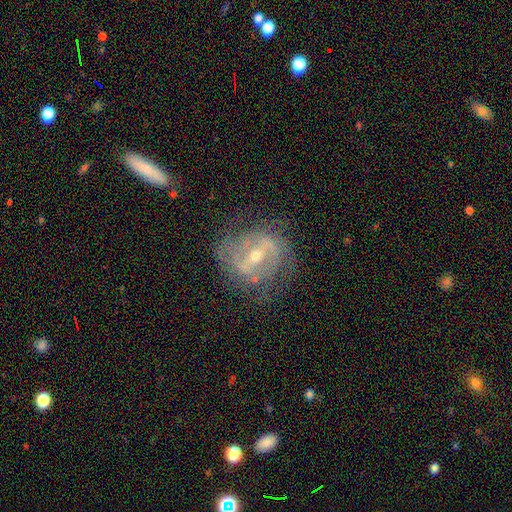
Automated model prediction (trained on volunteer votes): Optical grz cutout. It shows a featured or disk galaxy (83%) with a strong bar (56%), 2 (54%) tight (40%, tied with medium) spiral arms (80%) and a small central bulge (50%). Merging: none (67%).